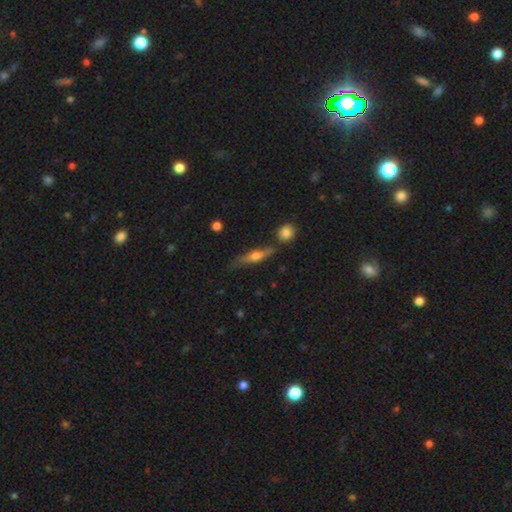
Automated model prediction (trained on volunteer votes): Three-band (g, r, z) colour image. It shows a featured or disk galaxy (50%) viewed edge-on (89%). Merging: none (71%).